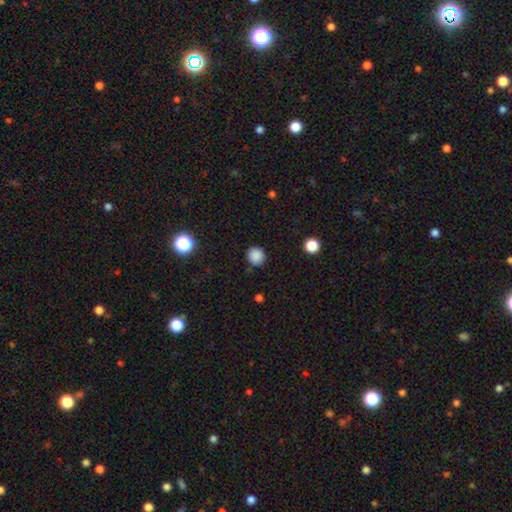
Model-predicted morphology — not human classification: This is clearly a smooth galaxy (86%). How rounded: clearly round (91%). Merging: clearly none (89%).